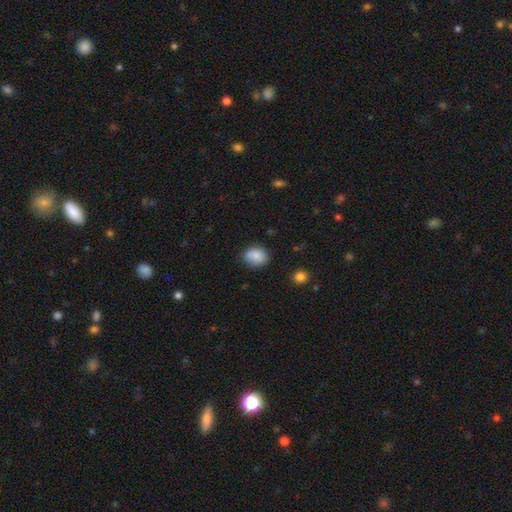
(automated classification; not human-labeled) The model was most divided on "how rounded": round: 56%, in between: 43%, cigar-shaped: 1%. More confident: smooth or featured — smooth (84%); merging — none (71%).